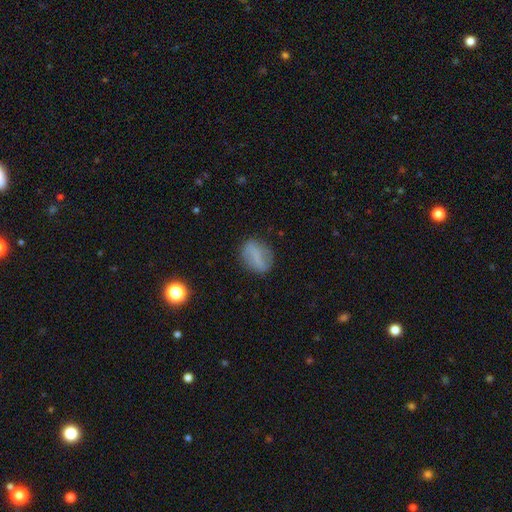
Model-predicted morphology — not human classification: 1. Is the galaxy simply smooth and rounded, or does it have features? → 62% smooth, 28% featured or disk, 10% star or artifact.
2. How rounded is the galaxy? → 67% in between, 28% round, 6% cigar-shaped.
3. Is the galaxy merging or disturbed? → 78% none, 15% minor disturbance, 5% major disturbance, 2% merger.